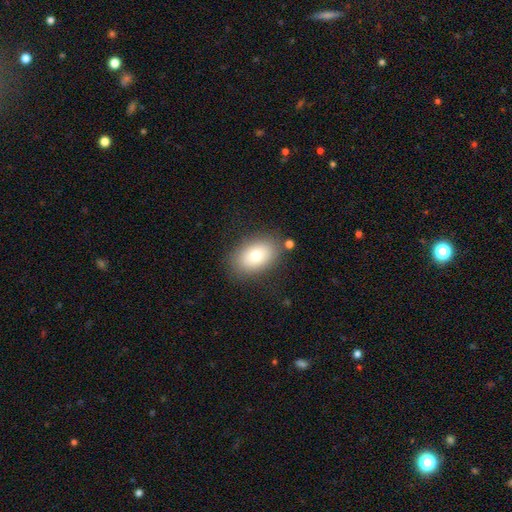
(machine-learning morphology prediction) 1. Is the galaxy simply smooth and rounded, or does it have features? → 76% smooth, 16% featured or disk, 9% star or artifact.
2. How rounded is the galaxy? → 88% in between, 11% round, 1% cigar-shaped.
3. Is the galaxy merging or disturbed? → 81% none, 12% minor disturbance, 4% major disturbance, 3% merger.